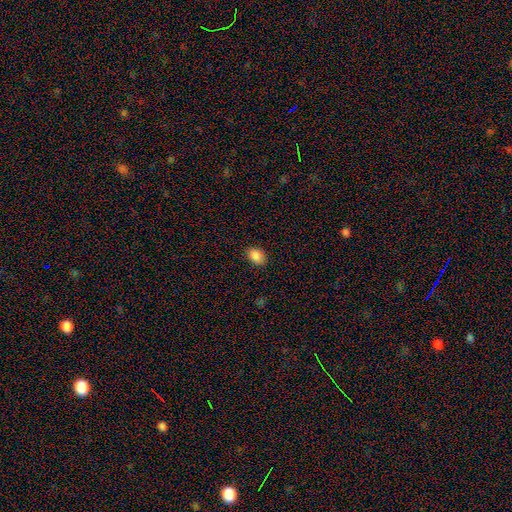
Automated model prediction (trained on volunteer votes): This is clearly a smooth galaxy (87%). How rounded: likely in between (75%). Merging: clearly none (86%).